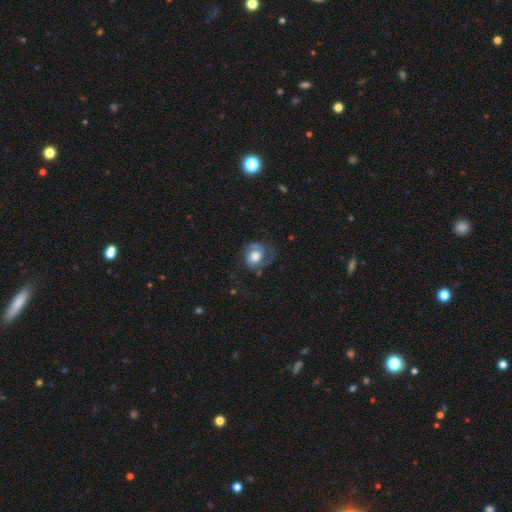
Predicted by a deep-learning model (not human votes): The model was most divided on "bulge size": large: 46%, moderate: 40%, dominant: 6%, small: 5%, none: 2%. Remaining: edge-on disk — no (98%); spiral arms — yes (89%); spiral arm count — 2 (74%); bar — no (69%); smooth or featured — featured or disk (67%); merging — none (59%); spiral winding — medium (45%).